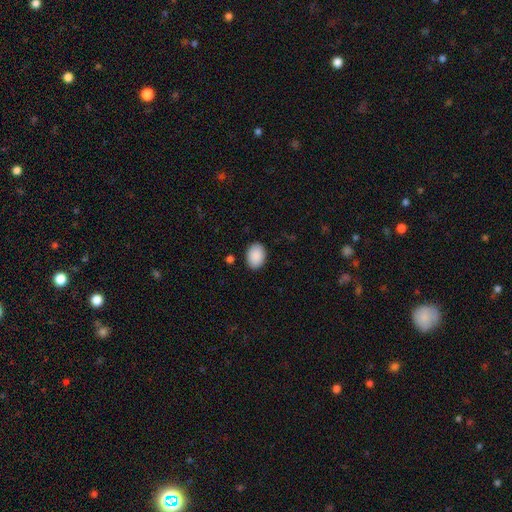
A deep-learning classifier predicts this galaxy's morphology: smooth_or_featured: smooth (p=0.91) [alt: star or artifact p=0.06]
how_rounded: in between (p=0.78) [alt: round p=0.21]
merging: none (p=0.88) [alt: minor disturbance p=0.09]